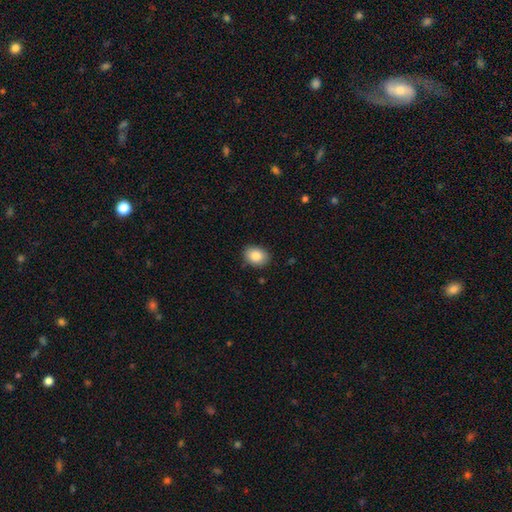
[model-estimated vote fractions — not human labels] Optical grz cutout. It shows a smooth galaxy with no disk features (86%) that is in between round and cigar-shaped (61%). Merging: none (87%).